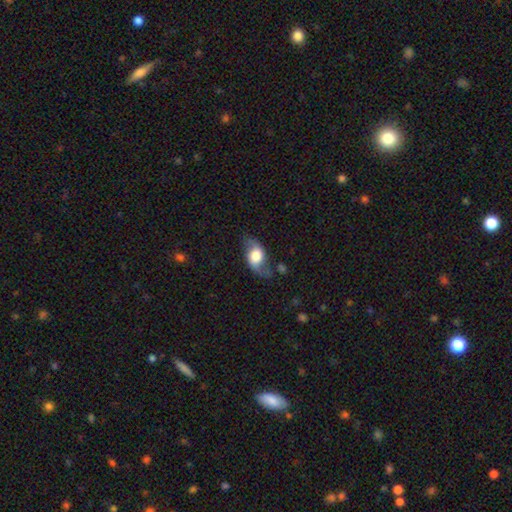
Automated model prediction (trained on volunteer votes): Smooth or featured: featured or disk — 56% (smooth — 37%)
Edge-on disk: no — 88% (yes — 12%)
Merging: none — 61% (minor disturbance — 24%)